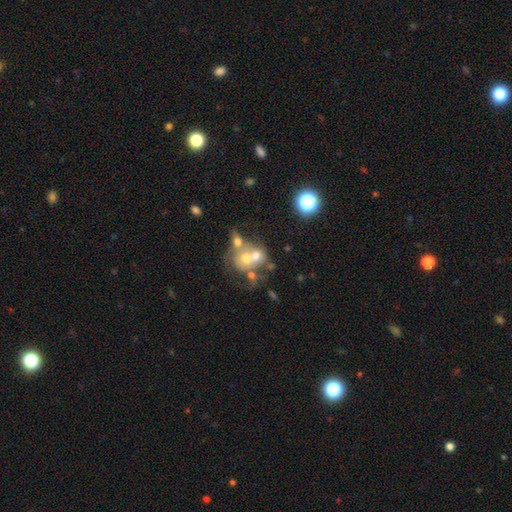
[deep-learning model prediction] The model was most divided on "smooth or featured": smooth: 51%, featured or disk: 35%, star or artifact: 13%. More confident: merging — merger (64%); how rounded — round (61%).